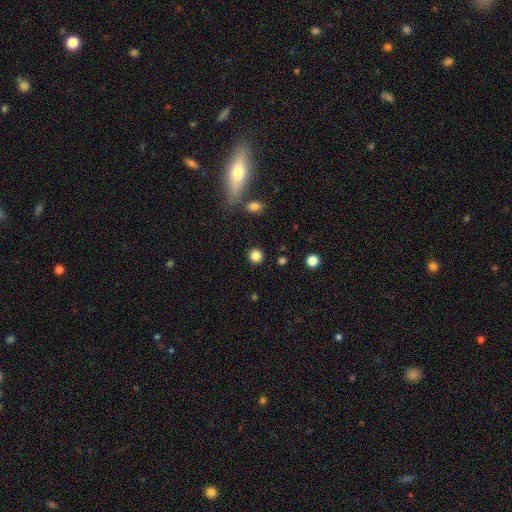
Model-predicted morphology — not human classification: This is clearly a smooth galaxy (85%). How rounded: clearly round (92%). Merging: clearly none (90%).